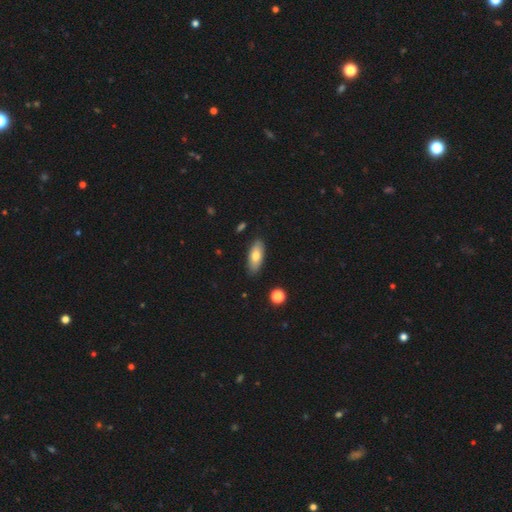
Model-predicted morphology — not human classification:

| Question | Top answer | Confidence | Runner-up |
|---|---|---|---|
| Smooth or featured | smooth | 75% | featured or disk (18%) |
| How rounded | in between | 81% | cigar-shaped (16%) |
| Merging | none | 86% | minor disturbance (11%) |